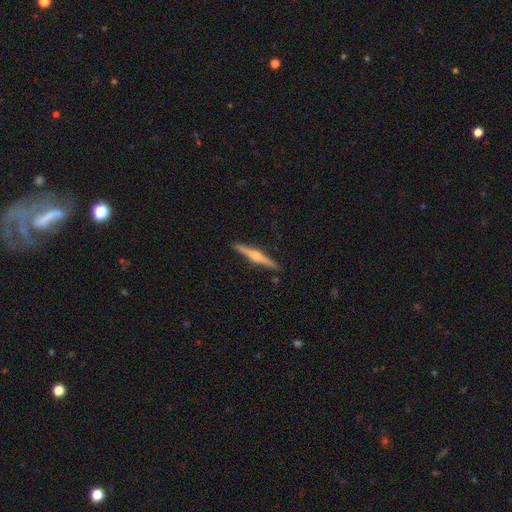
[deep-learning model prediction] Overall: featured or disk (77%). Edge-on disk: yes (98%). Edge-on bulge: rounded (93%). Merging: none (92%).